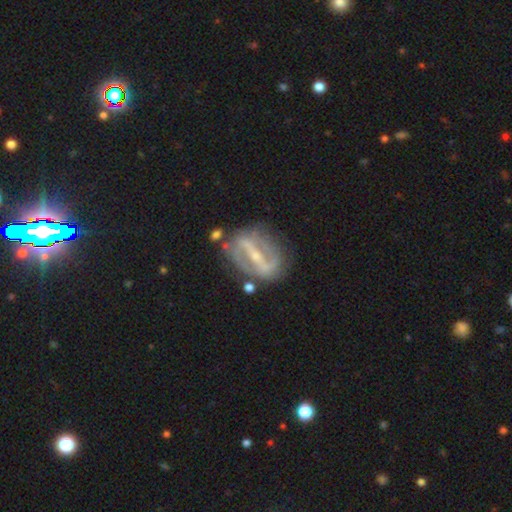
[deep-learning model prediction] A featured or disk galaxy (83%) with a strong bar (78%), 2 (77%) medium (36%) spiral arms (70%) and a small central bulge (64%). Merging: none (70%).